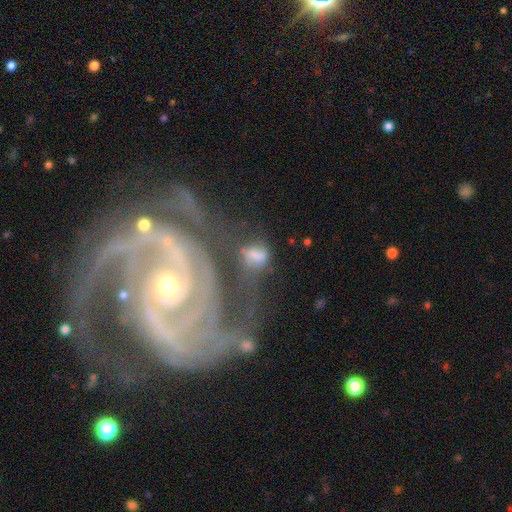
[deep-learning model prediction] This is possibly a smooth galaxy (45%). Merging: marginally none (31%).